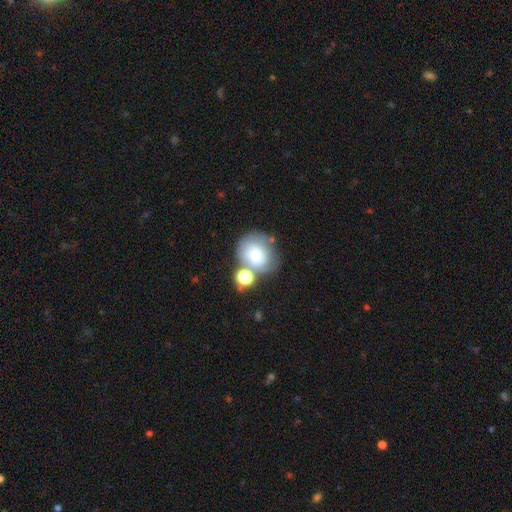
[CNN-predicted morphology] Smooth or featured?
  - smooth: 68% *
  - featured or disk: 22%
  - star or artifact: 10%
How rounded?
  - round: 75% *
  - in between: 24%
  - cigar-shaped: 1%
Merging?
  - none: 48% *
  - merger: 25%
  - minor disturbance: 18%
  - major disturbance: 9%